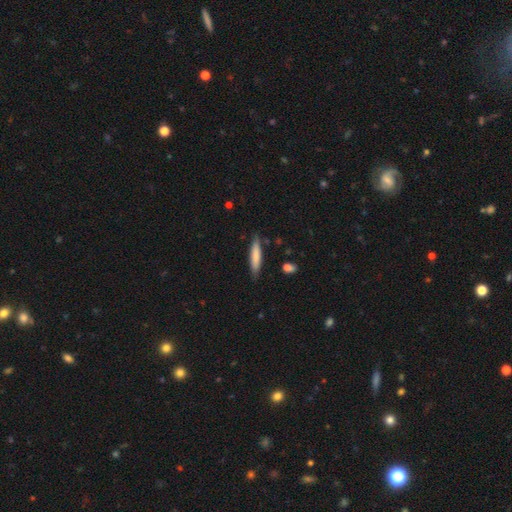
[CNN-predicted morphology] type=smooth (76%); roundness=cigar-shaped (87%); merging=none (84%).